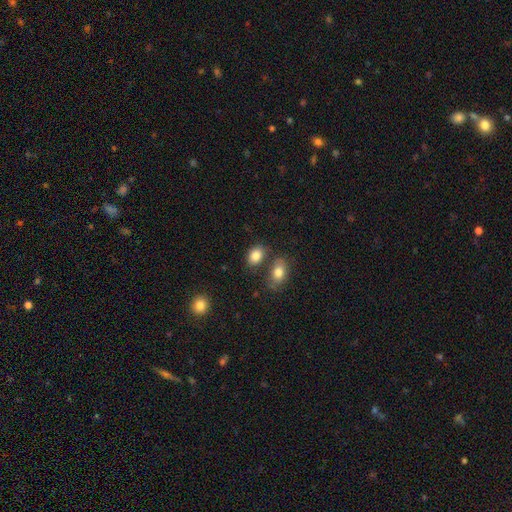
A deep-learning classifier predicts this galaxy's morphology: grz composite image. It shows a smooth galaxy with no disk features (85%) that is in between round and cigar-shaped (77%). Merging: none (67%).